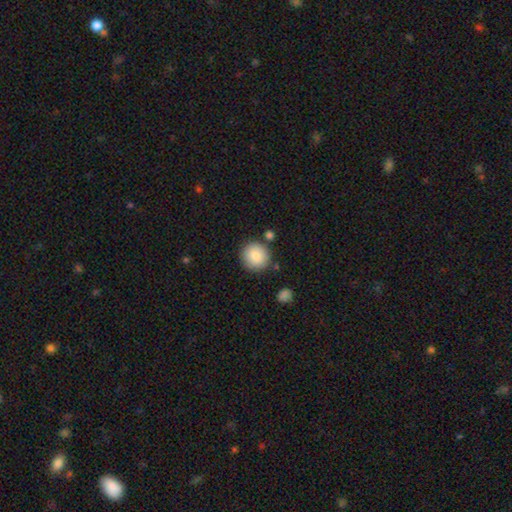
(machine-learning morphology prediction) This is clearly a smooth galaxy (86%). How rounded: clearly round (94%). Merging: clearly none (84%).